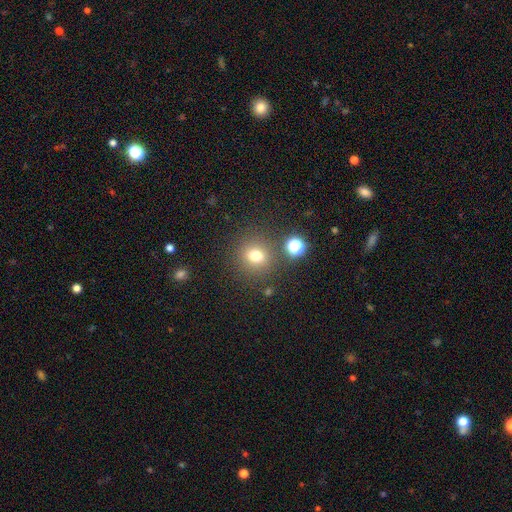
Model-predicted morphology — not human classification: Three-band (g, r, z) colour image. It shows a smooth galaxy with no disk features (73%) that is round (87%). Merging: none (82%).